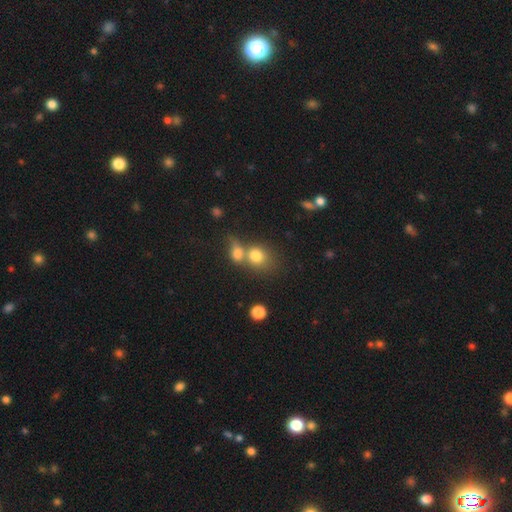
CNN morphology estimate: Smooth or featured: smooth — 78% (featured or disk — 11%)
How rounded: round — 66% (in between — 33%)
Merging: merger — 57% (none — 30%)